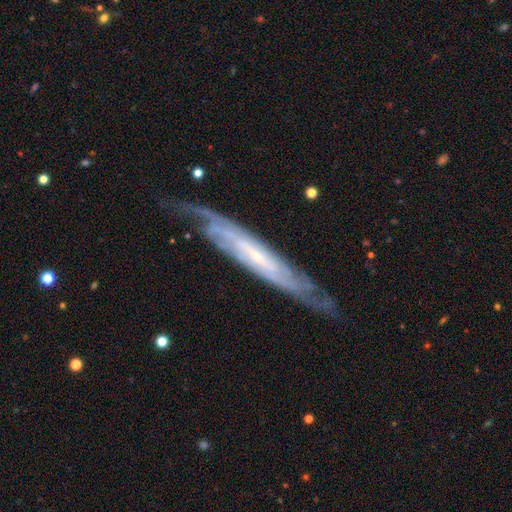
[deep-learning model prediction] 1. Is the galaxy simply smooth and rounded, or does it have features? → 83% featured or disk, 11% smooth, 6% star or artifact.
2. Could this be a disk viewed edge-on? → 58% no, 42% yes.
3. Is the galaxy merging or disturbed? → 71% none, 20% minor disturbance, 7% major disturbance, 2% merger.